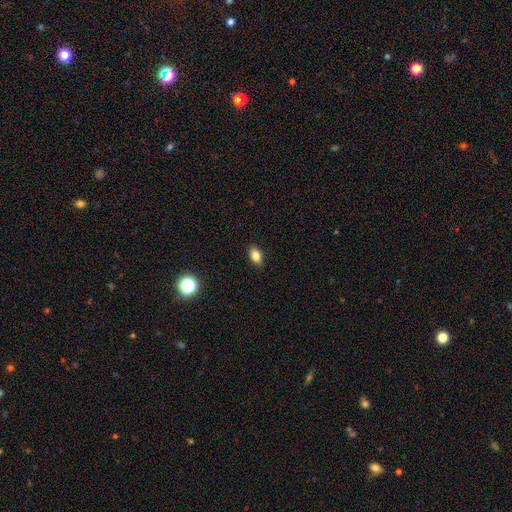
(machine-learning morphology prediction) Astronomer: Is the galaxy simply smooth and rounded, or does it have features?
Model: smooth — 82%.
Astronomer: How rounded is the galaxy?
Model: in between — 86%.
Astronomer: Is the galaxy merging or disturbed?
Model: none — 90%.